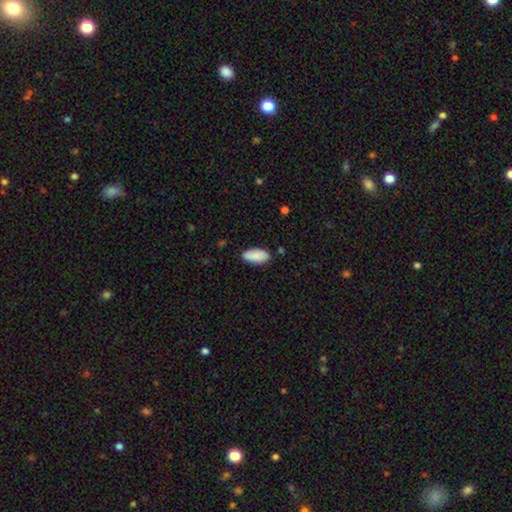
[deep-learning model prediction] smooth 89%, star or artifact 6%, featured or disk 5%. Down the decision tree: how rounded — in between (90%); merging — none (84%).